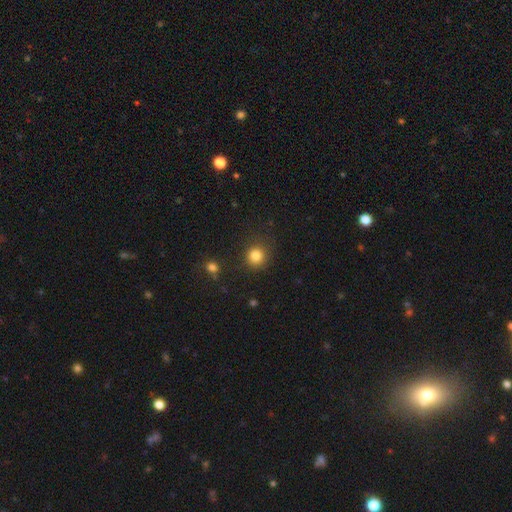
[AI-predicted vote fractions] Smooth or featured?
  - smooth: 83% *
  - star or artifact: 12%
  - featured or disk: 5%
How rounded?
  - round: 89% *
  - in between: 10%
  - cigar-shaped: 1%
Merging?
  - none: 85% *
  - minor disturbance: 9%
  - major disturbance: 4%
  - merger: 2%